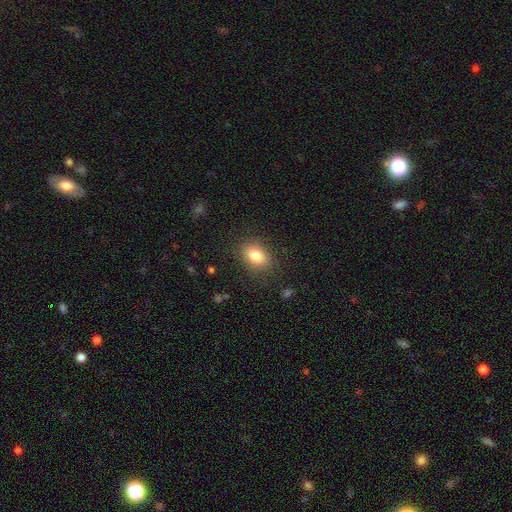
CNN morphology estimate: The model was most divided on "how rounded": in between: 76%, round: 23%, cigar-shaped: 1%. More confident: merging — none (84%); smooth or featured — smooth (82%).